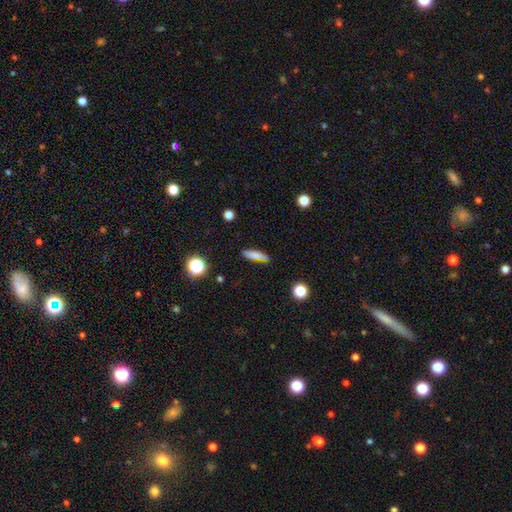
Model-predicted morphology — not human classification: Smooth or featured? smooth (74%)
How rounded? cigar-shaped (77%)
Merging? none (83%)